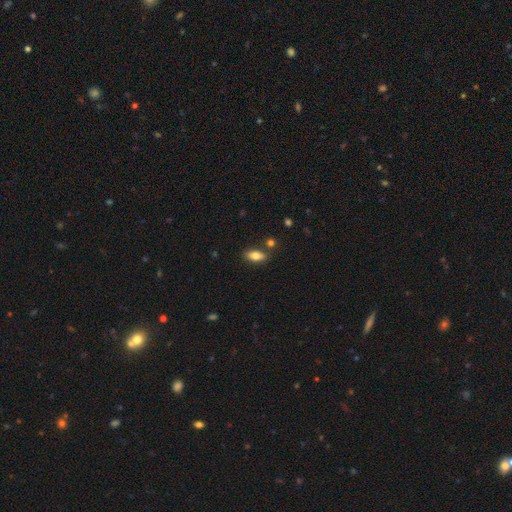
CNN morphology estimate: type=smooth (78%); roundness=in between (85%); merging=none (79%).